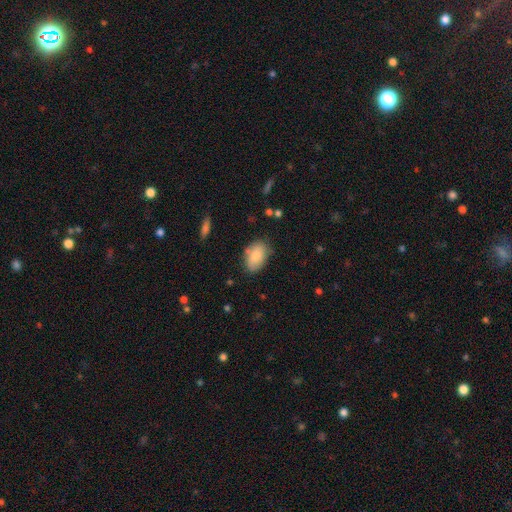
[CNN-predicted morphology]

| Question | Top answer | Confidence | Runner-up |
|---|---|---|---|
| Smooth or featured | smooth | 82% | featured or disk (11%) |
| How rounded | in between | 88% | round (10%) |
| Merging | none | 72% | minor disturbance (21%) |